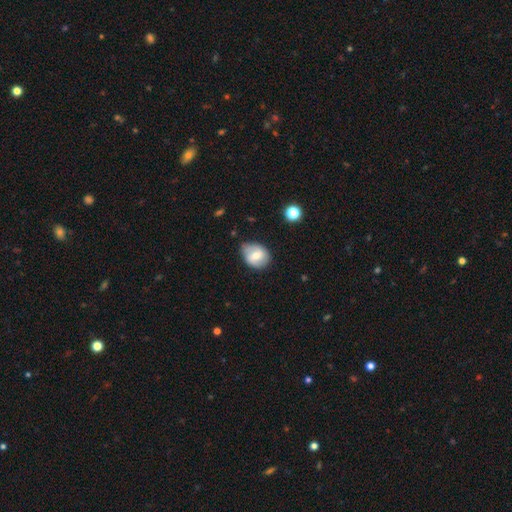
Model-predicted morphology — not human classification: A smooth galaxy with no disk features (55%) that is in between round and cigar-shaped (50%). Merging: none (67%).